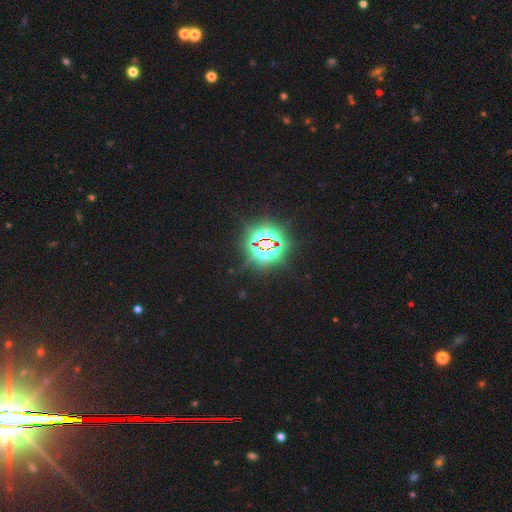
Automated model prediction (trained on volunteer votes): A star or artifact, not a galaxy (85%).